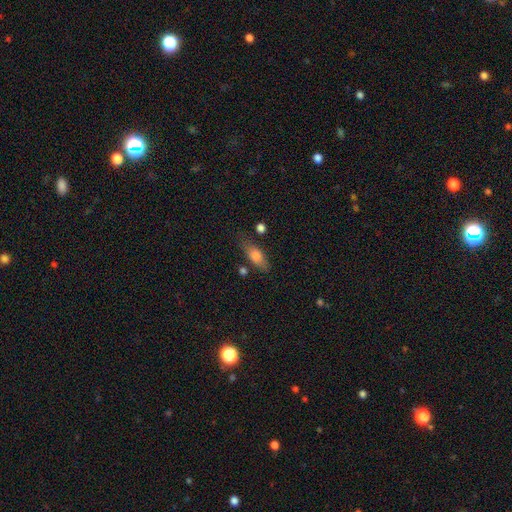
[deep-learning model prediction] Smooth or featured?
  - smooth: 70% *
  - featured or disk: 21%
  - star or artifact: 8%
How rounded?
  - in between: 68% *
  - cigar-shaped: 28%
  - round: 4%
Merging?
  - none: 65% *
  - minor disturbance: 22%
  - major disturbance: 8%
  - merger: 5%